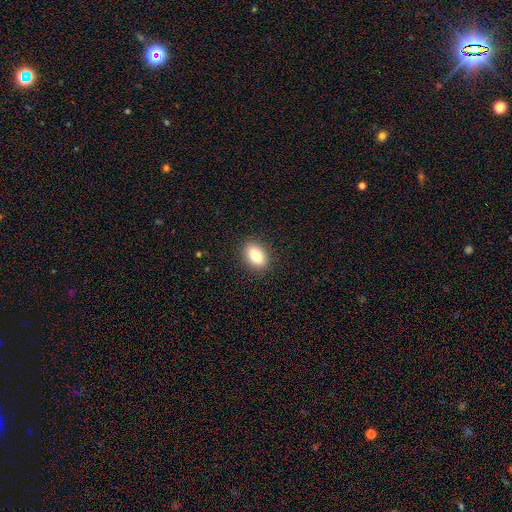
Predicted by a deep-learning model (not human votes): smooth_or_featured: smooth (p=0.81) [alt: featured or disk p=0.10]
how_rounded: in between (p=0.82) [alt: round p=0.17]
merging: none (p=0.89) [alt: minor disturbance p=0.08]